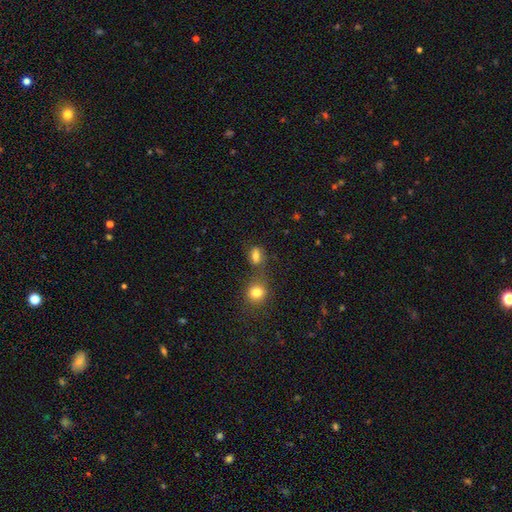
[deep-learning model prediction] Smooth or featured: smooth — 74% (star or artifact — 15%)
How rounded: in between — 68% (round — 28%)
Merging: none — 53% (merger — 24%)